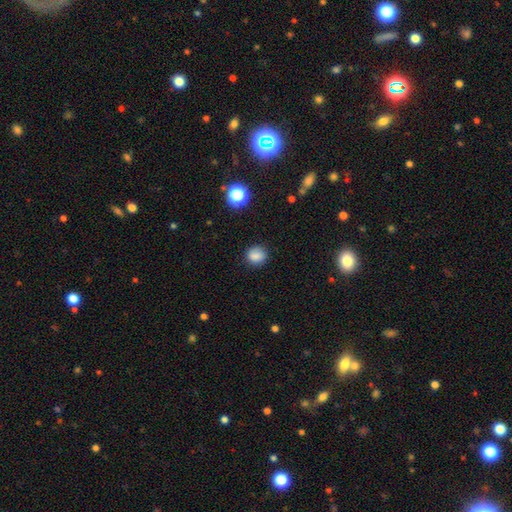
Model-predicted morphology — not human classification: The model was most divided on "how rounded": round: 78%, in between: 21%, cigar-shaped: 1%. More confident: merging — none (84%); smooth or featured — smooth (83%).